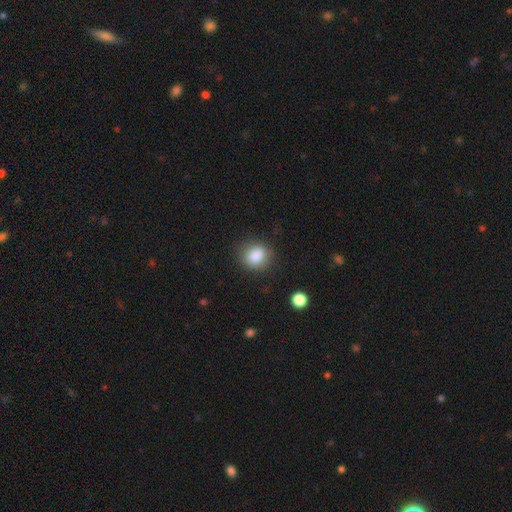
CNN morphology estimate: type=smooth (86%); roundness=round (63%); merging=none (79%).